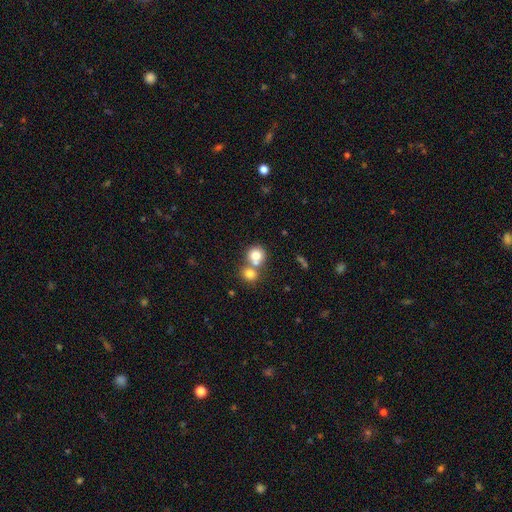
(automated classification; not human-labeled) smooth-or-featured: smooth: 77% | featured or disk: 13% | star or artifact: 10%
  how-rounded: round: 83% | in between: 16% | cigar-shaped: 1%
  merging: merger: 53% | none: 38% | minor disturbance: 6% | major disturbance: 3%